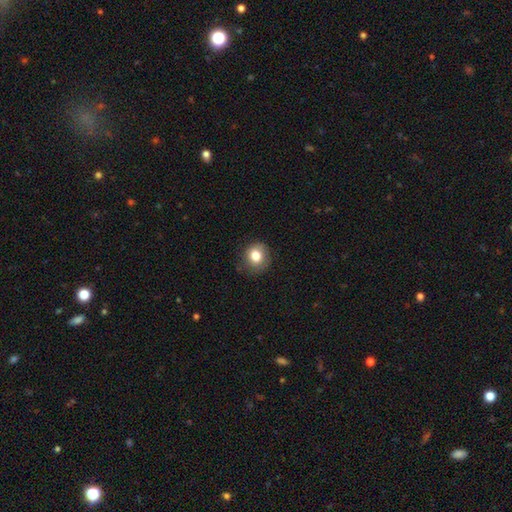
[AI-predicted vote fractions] Smooth or featured?
  - smooth: 81% *
  - star or artifact: 10%
  - featured or disk: 9%
How rounded?
  - round: 82% *
  - in between: 17%
  - cigar-shaped: 1%
Merging?
  - none: 80% *
  - minor disturbance: 15%
  - major disturbance: 4%
  - merger: 1%